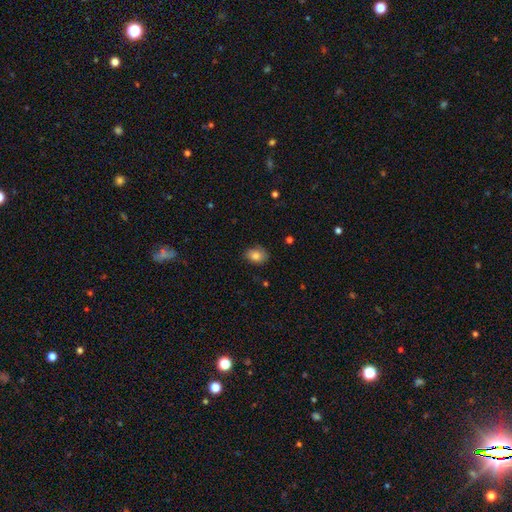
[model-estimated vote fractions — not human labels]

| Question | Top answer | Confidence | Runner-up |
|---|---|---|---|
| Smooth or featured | smooth | 81% | featured or disk (10%) |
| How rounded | in between | 68% | round (31%) |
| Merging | none | 75% | minor disturbance (20%) |